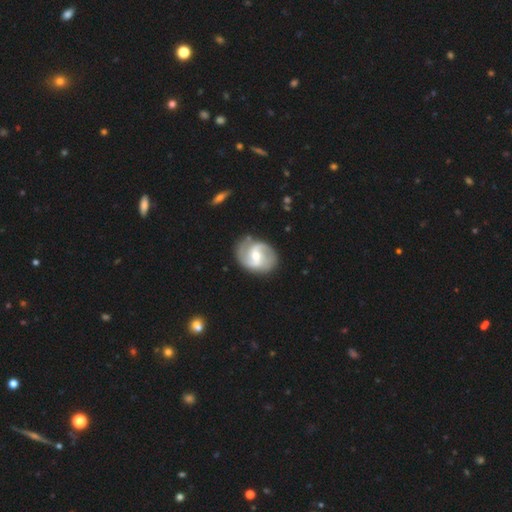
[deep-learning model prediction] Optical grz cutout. It shows a featured or disk galaxy (85%) with a weak bar (50%), 2 (86%) medium (50%) spiral arms (95%) and a moderate central bulge (59%). Merging: none (79%).